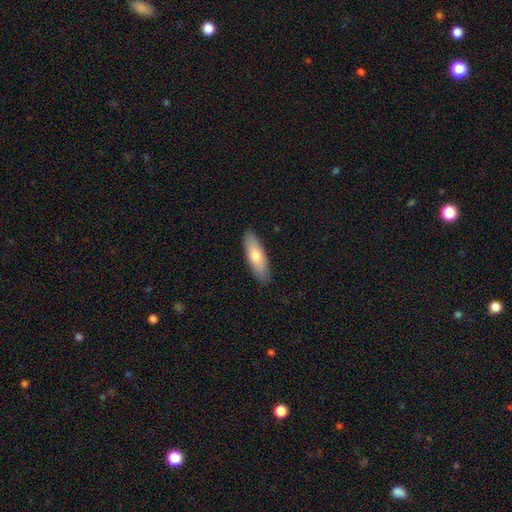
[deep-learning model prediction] This is likely a smooth galaxy (69%). How rounded: possibly in between (58%). Merging: clearly none (89%).